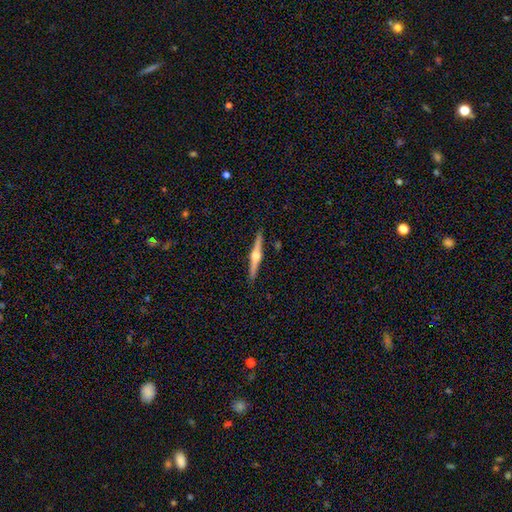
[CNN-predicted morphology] featured or disk 78%, smooth 17%, star or artifact 5%. Down the decision tree: edge-on disk — yes (98%); edge-on bulge — rounded (95%); merging — none (92%).